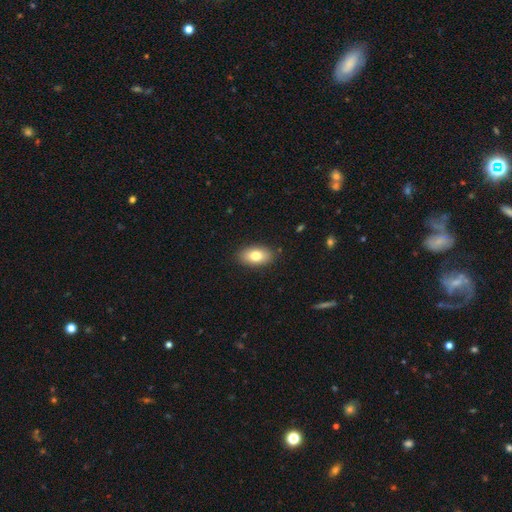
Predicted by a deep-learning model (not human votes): smooth 78%, featured or disk 14%, star or artifact 8%. Down the decision tree: how rounded — in between (91%); merging — none (88%).